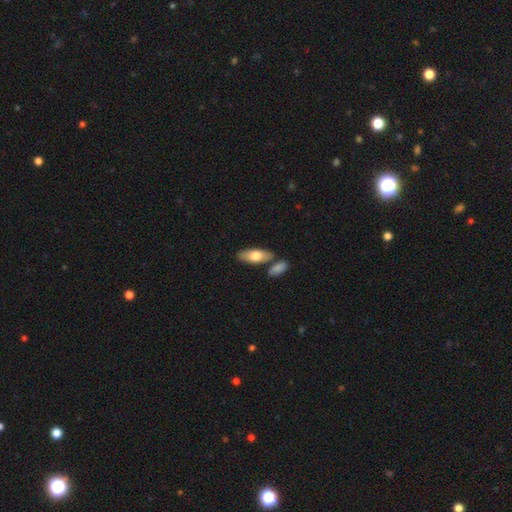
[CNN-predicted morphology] A smooth galaxy with no disk features (70%) that is in between round and cigar-shaped (77%).

Vote fractions:
- Smooth or featured? smooth: 70% / featured or disk: 25% / star or artifact: 5%
- How rounded? in between: 77% / cigar-shaped: 20% / round: 3%
- Merging? none: 72% / merger: 14% / minor disturbance: 11% / major disturbance: 3%